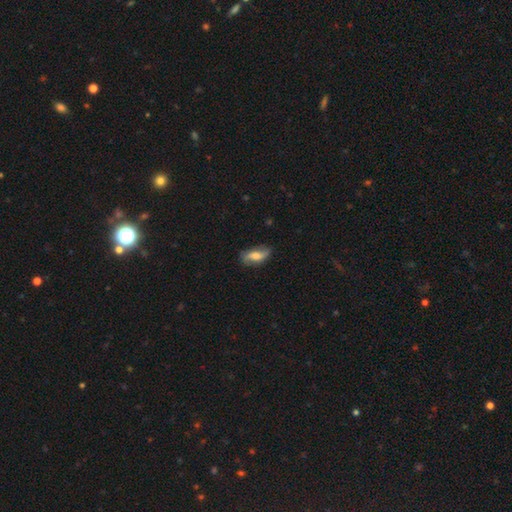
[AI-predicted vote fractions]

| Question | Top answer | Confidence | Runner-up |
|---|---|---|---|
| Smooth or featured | featured or disk | 55% | smooth (38%) |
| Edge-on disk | no | 89% | yes (11%) |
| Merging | none | 76% | minor disturbance (18%) |